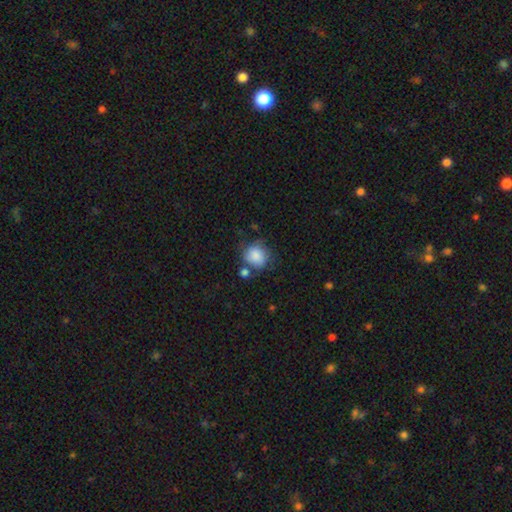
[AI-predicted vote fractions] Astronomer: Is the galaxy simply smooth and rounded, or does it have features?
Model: smooth — 81%.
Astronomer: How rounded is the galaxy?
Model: round — 79%.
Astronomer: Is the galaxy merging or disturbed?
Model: none — 56%.